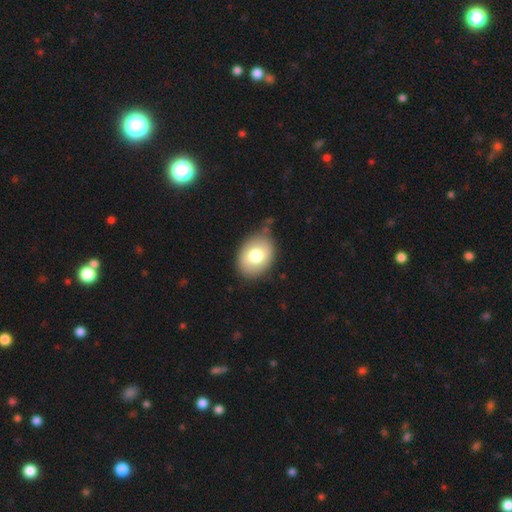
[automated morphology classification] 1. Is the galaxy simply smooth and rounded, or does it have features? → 76% smooth, 16% featured or disk, 7% star or artifact.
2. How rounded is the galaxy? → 69% in between, 30% round, 1% cigar-shaped.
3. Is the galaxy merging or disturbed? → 80% none, 14% minor disturbance, 4% major disturbance, 3% merger.